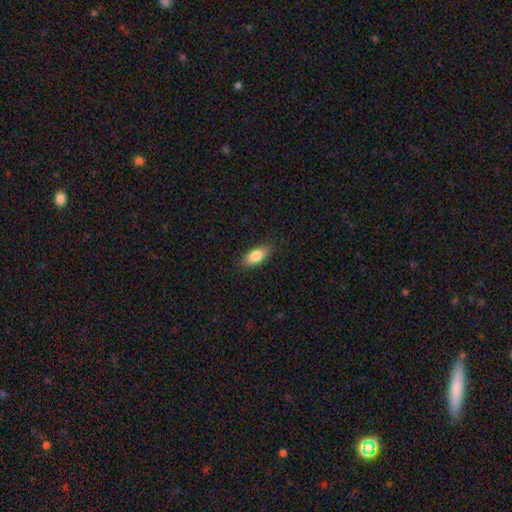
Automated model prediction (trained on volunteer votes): Smooth or featured? smooth (82%)
How rounded? in between (84%)
Merging? none (86%)